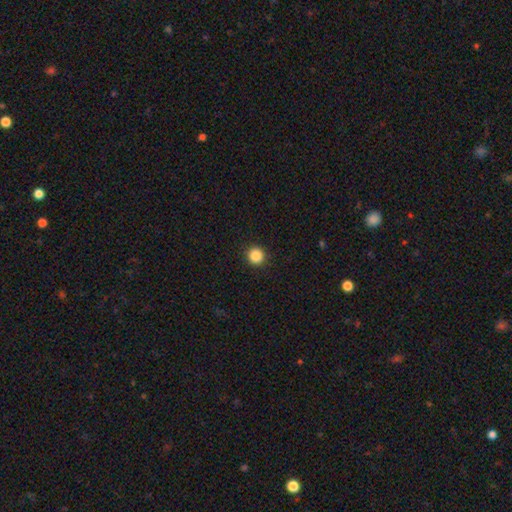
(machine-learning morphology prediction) Smooth or featured: smooth — 87% (star or artifact — 10%)
How rounded: round — 95% (in between — 4%)
Merging: none — 93% (minor disturbance — 5%)